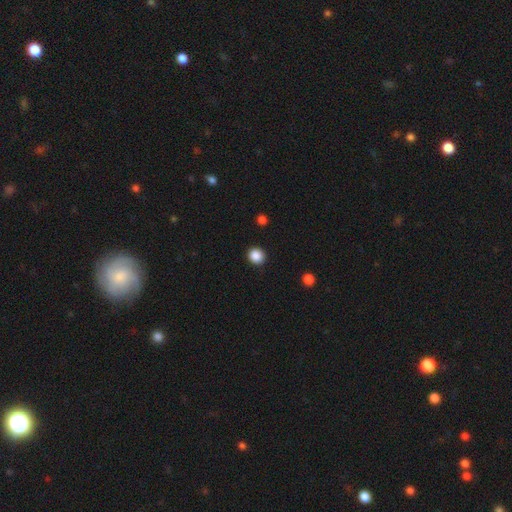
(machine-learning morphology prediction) Smooth or featured? Predicted: smooth (p=0.88). How rounded? Predicted: round (p=0.89). Merging? Predicted: none (p=0.92).